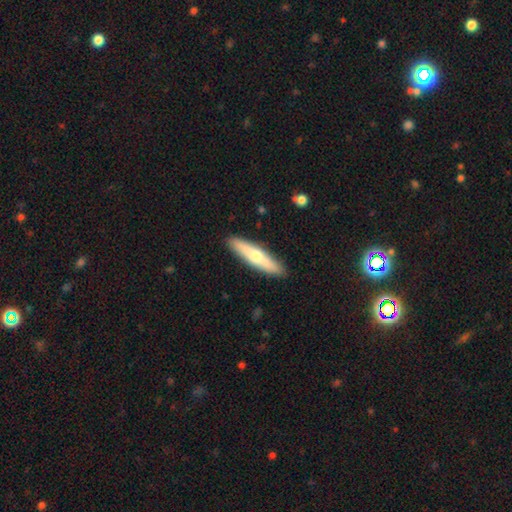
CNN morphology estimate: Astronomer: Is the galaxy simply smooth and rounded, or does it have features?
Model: smooth — 54% (runner-up: featured or disk, 40%).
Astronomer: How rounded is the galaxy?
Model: cigar-shaped — 83%.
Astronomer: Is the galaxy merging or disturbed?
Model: none — 91%.